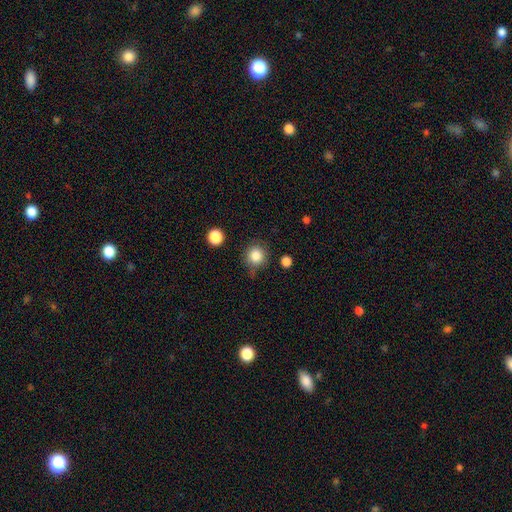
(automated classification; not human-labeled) smooth-or-featured: smooth: 84% | star or artifact: 10% | featured or disk: 5%
  how-rounded: round: 91% | in between: 8% | cigar-shaped: 1%
  merging: none: 75% | minor disturbance: 16% | major disturbance: 5% | merger: 5%